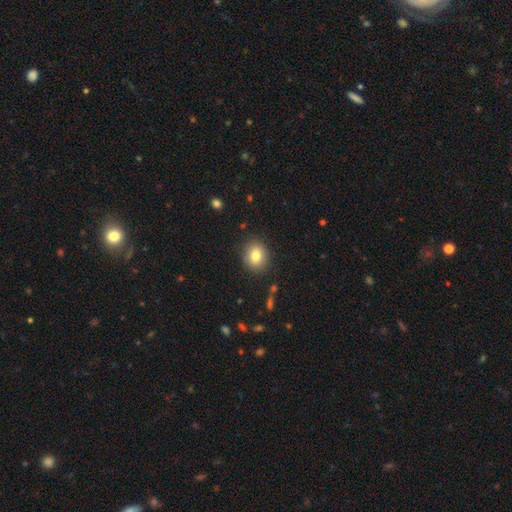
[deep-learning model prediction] This appears to be a smooth galaxy with no disk features (80%) that is round (64%). Merging: none (87%).